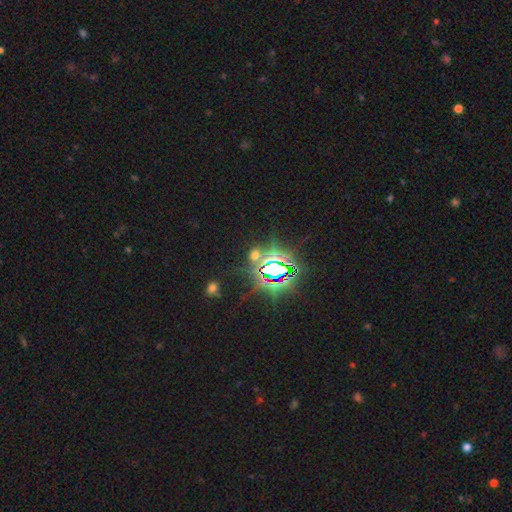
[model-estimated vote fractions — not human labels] smooth-or-featured: star or artifact: 71% | smooth: 21% | featured or disk: 8%